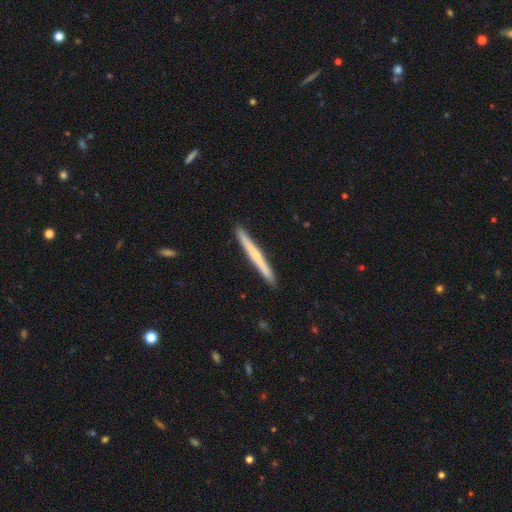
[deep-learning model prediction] A featured or disk galaxy (51%) viewed edge-on (97%) with no central bulge (48%, tied with rounded). Merging: none (92%).